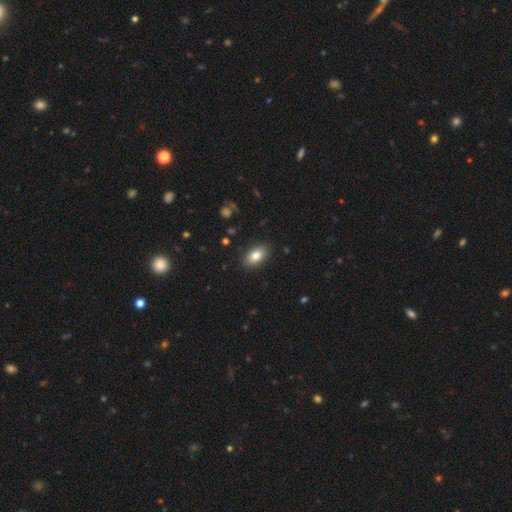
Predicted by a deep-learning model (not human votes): smooth 82%, featured or disk 11%, star or artifact 8%. Down the decision tree: how rounded — in between (91%); merging — none (88%).